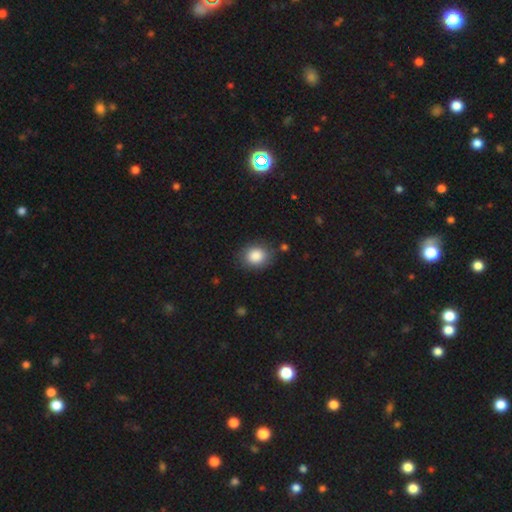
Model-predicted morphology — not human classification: smooth-or-featured: smooth: 86% | star or artifact: 8% | featured or disk: 5%
  how-rounded: round: 62% | in between: 37% | cigar-shaped: 1%
  merging: none: 83% | minor disturbance: 12% | major disturbance: 3% | merger: 2%